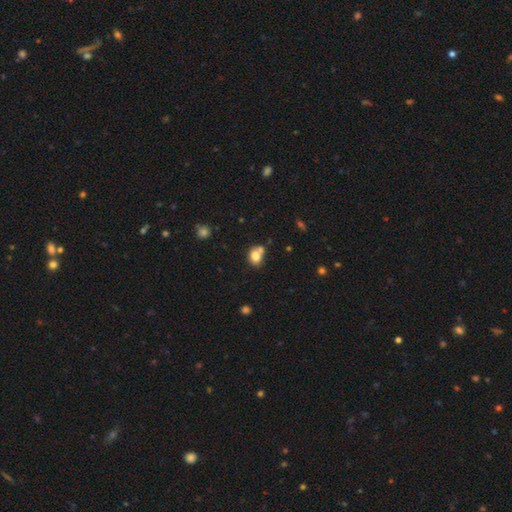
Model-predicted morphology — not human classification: Smooth or featured? smooth (79%)
How rounded? in between (52%)
Merging? none (44%)